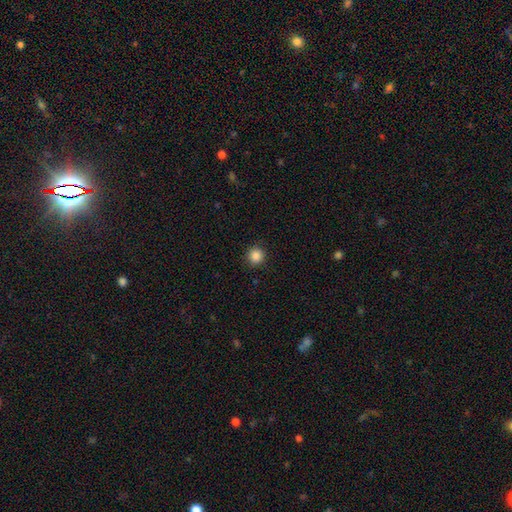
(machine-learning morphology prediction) Overall: smooth (86%). How rounded: round (94%). Merging: none (90%).